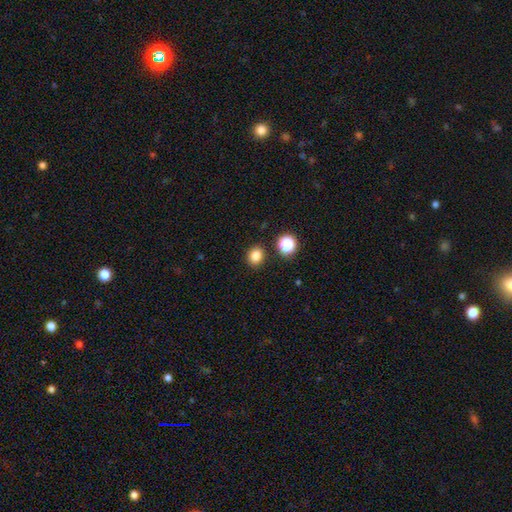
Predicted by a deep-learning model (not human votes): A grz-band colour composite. It shows a smooth galaxy with no disk features (82%) that is round (68%). Merging: none (88%).